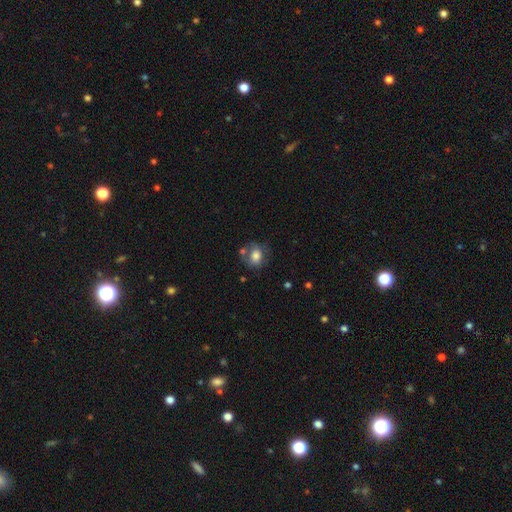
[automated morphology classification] This appears to be a smooth galaxy with no disk features (74%) that is round (61%). Merging: none (54%).